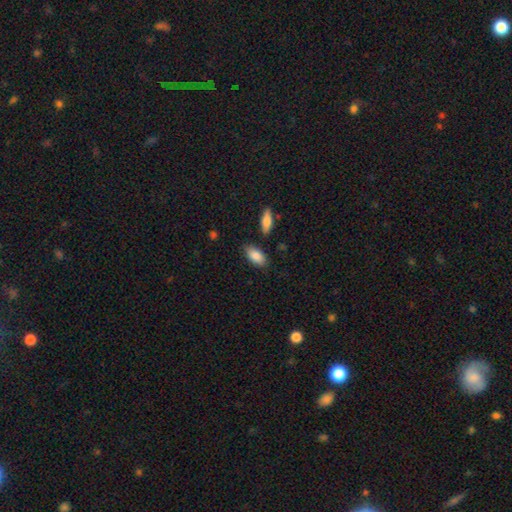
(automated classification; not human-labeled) This appears to be a smooth galaxy with no disk features (87%) that is in between round and cigar-shaped (92%). Merging: none (80%).